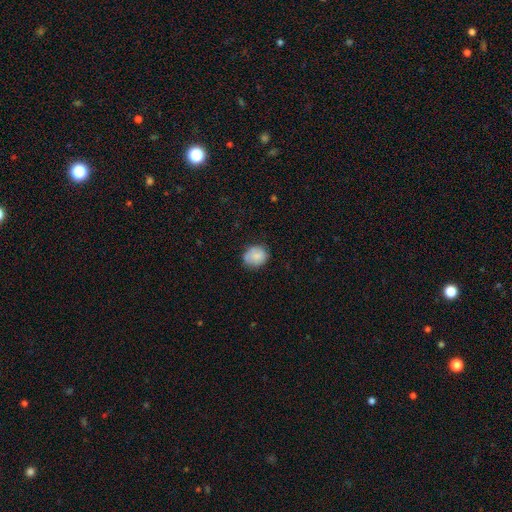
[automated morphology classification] smooth_or_featured: smooth (p=0.79) [alt: featured or disk p=0.12]
how_rounded: round (p=0.65) [alt: in between p=0.35]
merging: none (p=0.70) [alt: minor disturbance p=0.22]